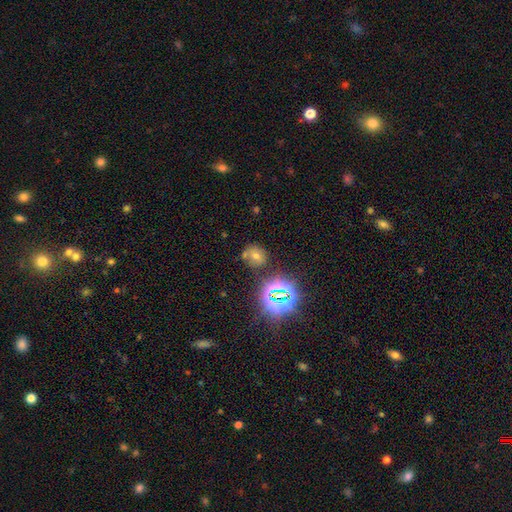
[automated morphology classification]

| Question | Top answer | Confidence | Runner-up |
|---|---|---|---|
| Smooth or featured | star or artifact | 48% | smooth (37%) |